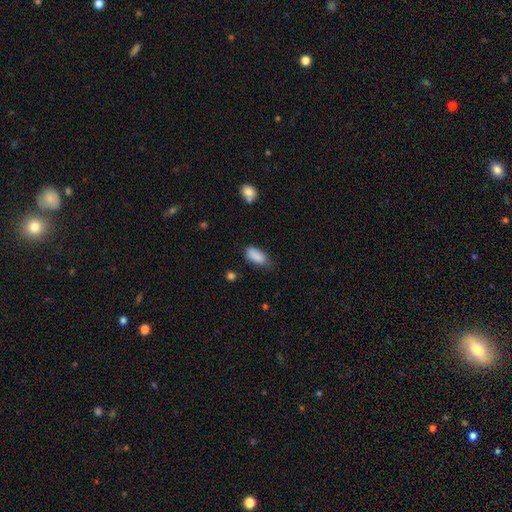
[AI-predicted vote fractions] The model was most divided on "merging": none: 58%, minor disturbance: 32%, major disturbance: 7%, merger: 3%. More confident: how rounded — in between (89%); smooth or featured — smooth (87%).